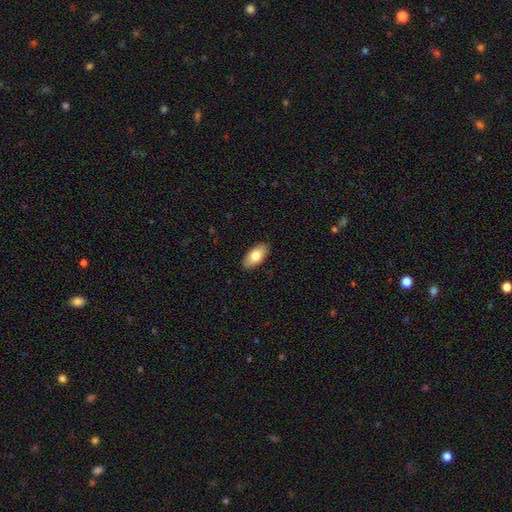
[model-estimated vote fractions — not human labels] Smooth or featured: smooth — 78% (featured or disk — 15%)
How rounded: in between — 93% (cigar-shaped — 5%)
Merging: none — 89% (minor disturbance — 8%)